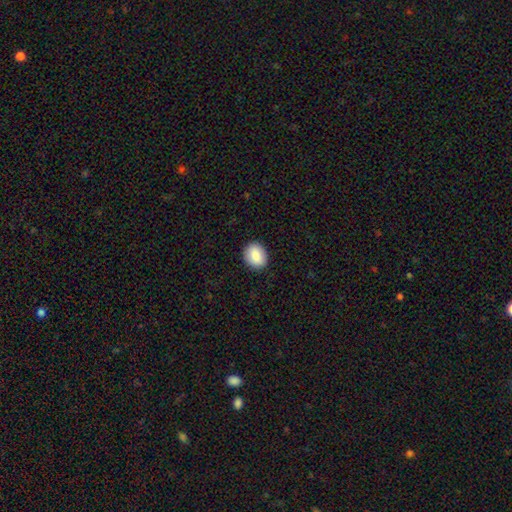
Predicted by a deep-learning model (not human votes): Q: Smooth or featured?
A: smooth (87%); runner-up: star or artifact (7%)
Q: How rounded?
A: round (55%); runner-up: in between (45%)
Q: Merging?
A: none (90%); runner-up: minor disturbance (7%)